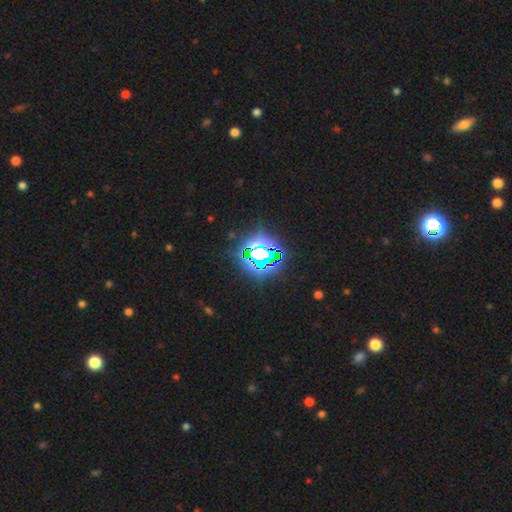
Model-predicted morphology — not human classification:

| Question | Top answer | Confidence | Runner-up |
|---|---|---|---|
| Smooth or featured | star or artifact | 78% | smooth (13%) |